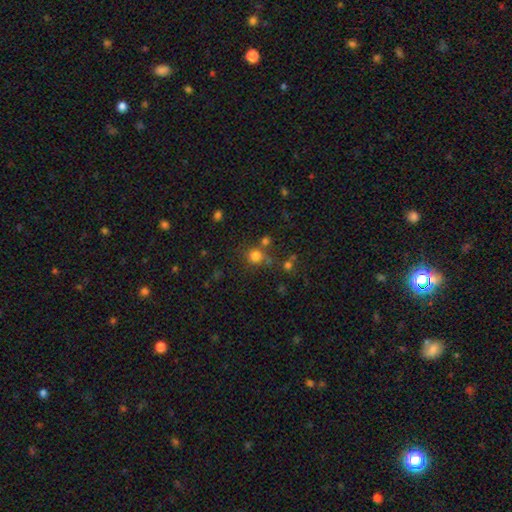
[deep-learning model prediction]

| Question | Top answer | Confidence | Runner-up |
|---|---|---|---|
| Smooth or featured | smooth | 77% | star or artifact (16%) |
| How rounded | round | 90% | in between (9%) |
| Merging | none | 67% | merger (17%) |